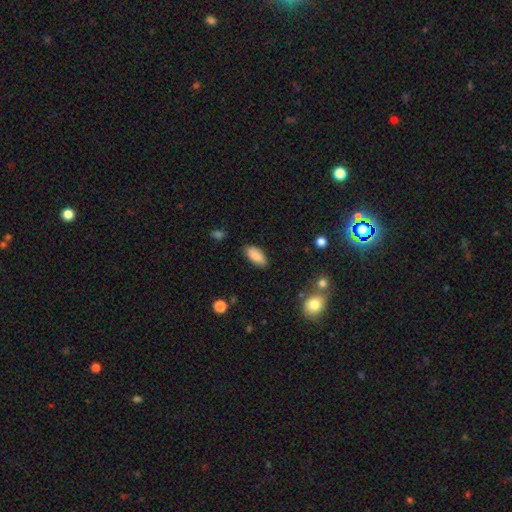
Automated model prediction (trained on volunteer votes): smooth 86%, star or artifact 7%, featured or disk 7%. Down the decision tree: how rounded — in between (90%); merging — none (86%).